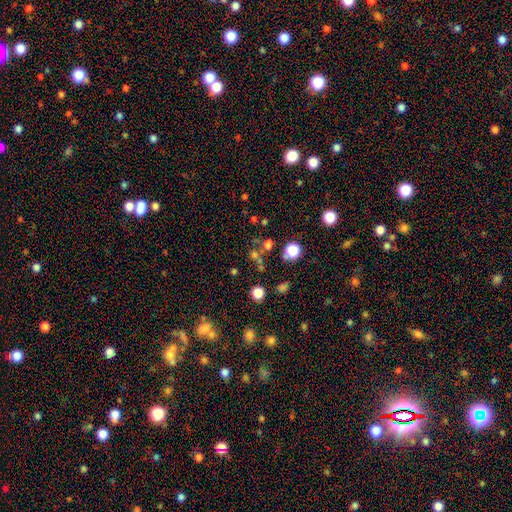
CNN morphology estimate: smooth_or_featured: star or artifact (p=0.46) [alt: smooth p=0.41]